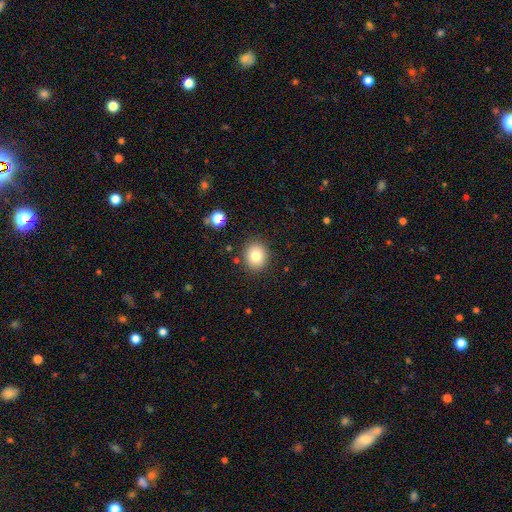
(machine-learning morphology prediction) Overall: smooth (80%). How rounded: round (73%). Merging: none (87%).